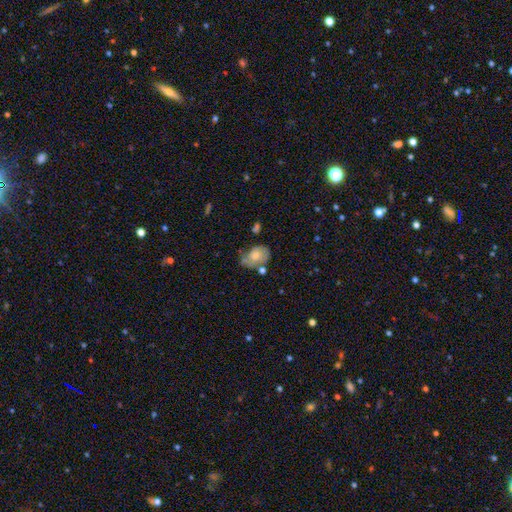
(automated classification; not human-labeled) Smooth or featured: smooth — 60% (featured or disk — 32%)
How rounded: in between — 72% (round — 27%)
Merging: none — 41% (minor disturbance — 31%)